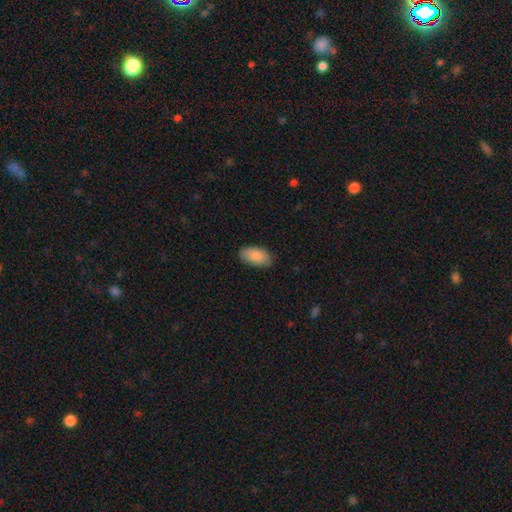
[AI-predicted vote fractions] Q: Smooth or featured?
A: smooth (88%); runner-up: featured or disk (6%)
Q: How rounded?
A: in between (95%); runner-up: round (3%)
Q: Merging?
A: none (85%); runner-up: minor disturbance (11%)